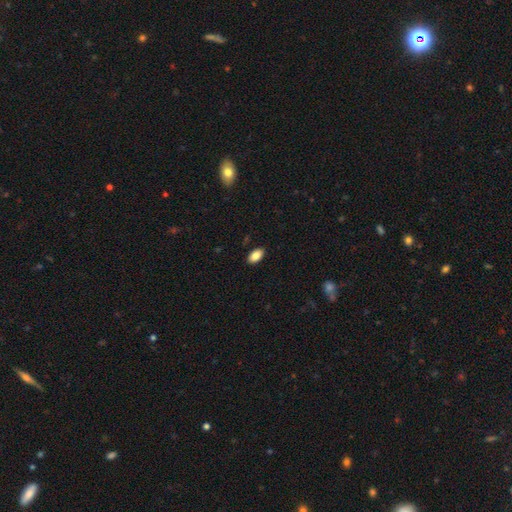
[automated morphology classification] smooth_or_featured: smooth (p=0.86) [alt: star or artifact p=0.08]
how_rounded: in between (p=0.93) [alt: round p=0.04]
merging: none (p=0.89) [alt: minor disturbance p=0.08]